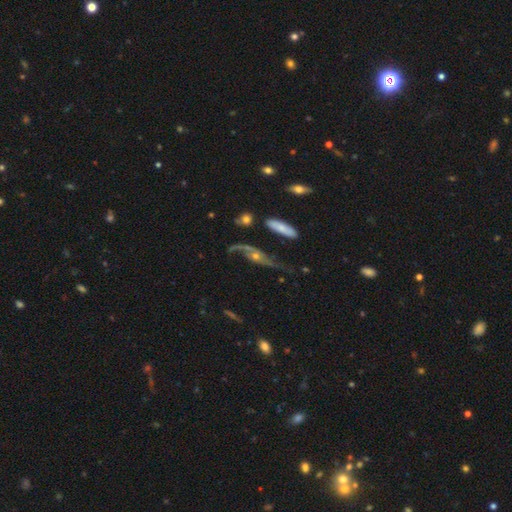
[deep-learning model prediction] featured or disk 79%, smooth 12%, star or artifact 9%. Down the decision tree: edge-on disk — no (81%); bar — no (69%); spiral arms — yes (87%); spiral arm count — 2 (78%); spiral winding — loose (75%); bulge size — small (54%); merging — none (46%).